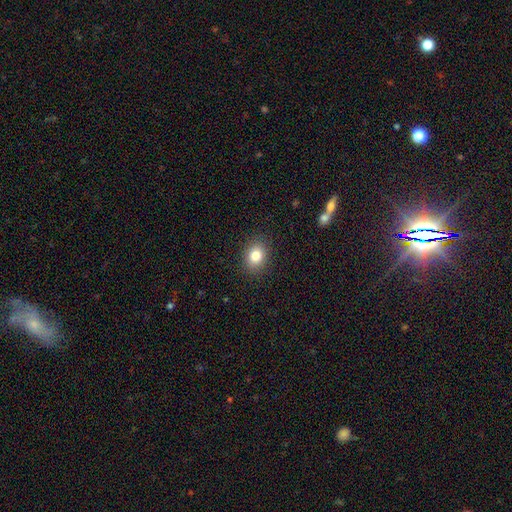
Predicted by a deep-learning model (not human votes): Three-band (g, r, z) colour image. It shows a smooth galaxy with no disk features (82%) that is in between round and cigar-shaped (54%). Merging: none (88%).